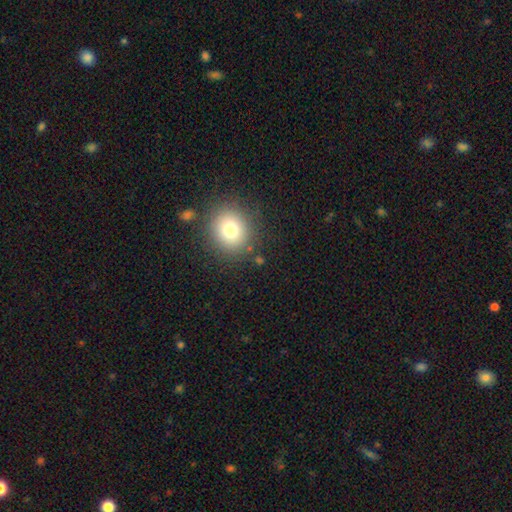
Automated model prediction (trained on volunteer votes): This appears to be a smooth galaxy with no disk features (76%) that is round (81%). Merging: none (86%).